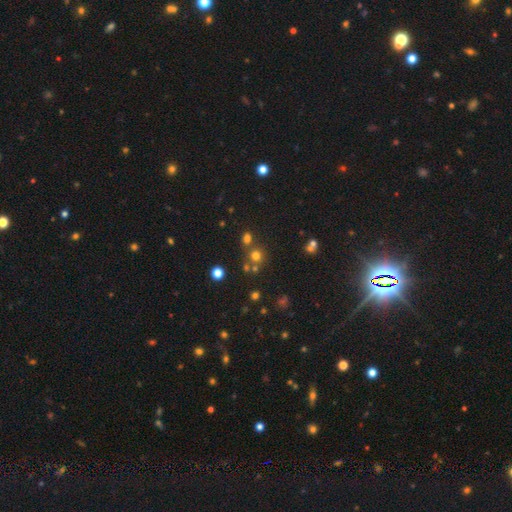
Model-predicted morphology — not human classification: The model was most divided on "smooth or featured": smooth: 68%, star or artifact: 24%, featured or disk: 8%. More confident: how rounded — round (89%); merging — none (69%).